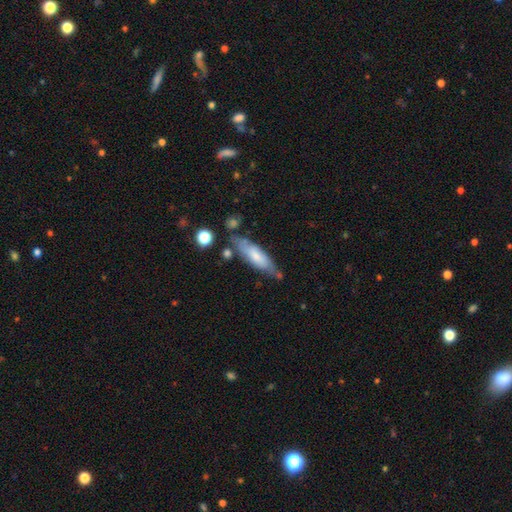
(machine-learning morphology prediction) Smooth or featured: smooth — 60% (featured or disk — 33%)
How rounded: cigar-shaped — 54% (in between — 44%)
Merging: none — 62% (minor disturbance — 23%)